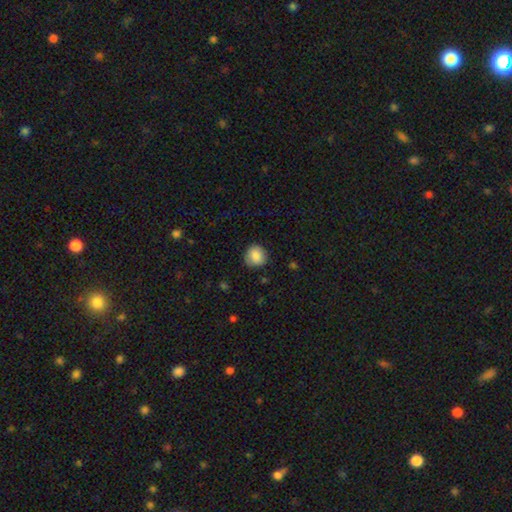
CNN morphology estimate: This is clearly a smooth galaxy (85%). How rounded: clearly round (89%). Merging: clearly none (84%).